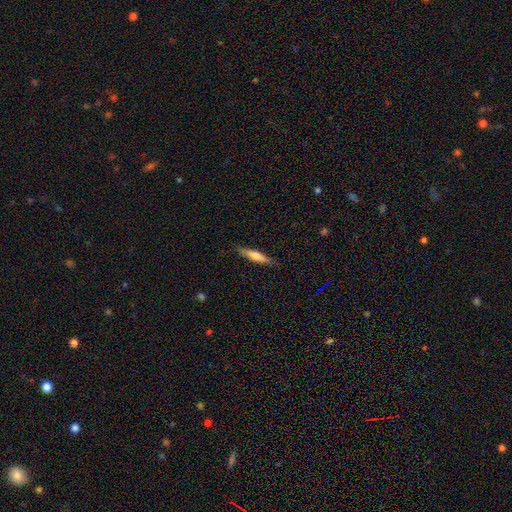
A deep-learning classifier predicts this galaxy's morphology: Overall: smooth (54%; featured or disk 40%). How rounded: cigar-shaped (83%). Merging: none (86%).